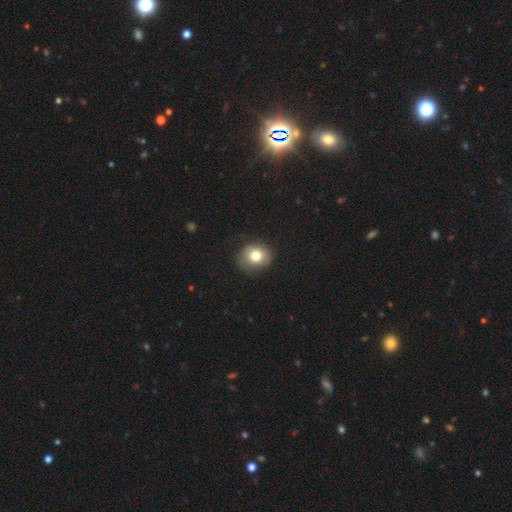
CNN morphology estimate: Smooth or featured? smooth (76%)
How rounded? round (70%)
Merging? none (80%)